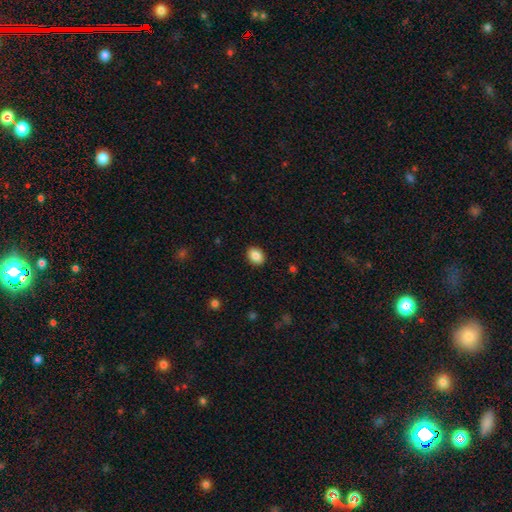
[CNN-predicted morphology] This appears to be a smooth galaxy with no disk features (87%) that is in between round and cigar-shaped (70%). Merging: none (90%).